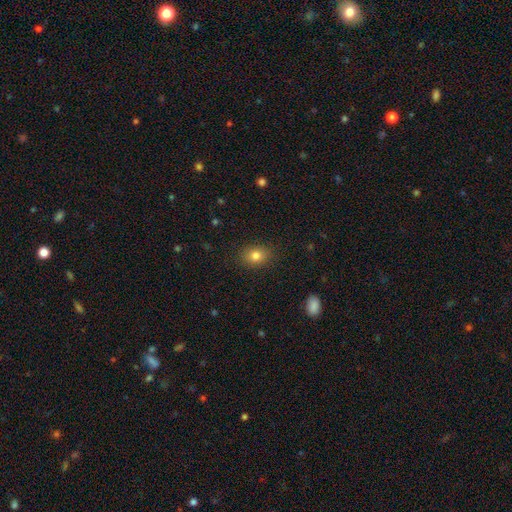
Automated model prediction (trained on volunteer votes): smooth_or_featured: smooth (p=0.82) [alt: star or artifact p=0.11]
how_rounded: in between (p=0.54) [alt: round p=0.44]
merging: none (p=0.87) [alt: minor disturbance p=0.09]